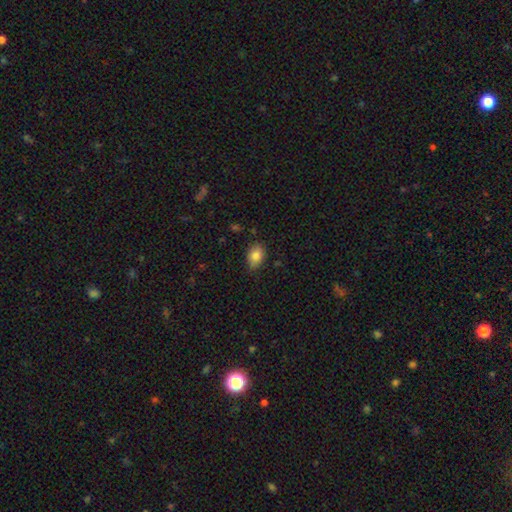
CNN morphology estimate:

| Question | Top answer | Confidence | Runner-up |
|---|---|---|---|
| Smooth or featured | smooth | 84% | featured or disk (8%) |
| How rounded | in between | 82% | round (17%) |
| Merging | none | 79% | minor disturbance (17%) |